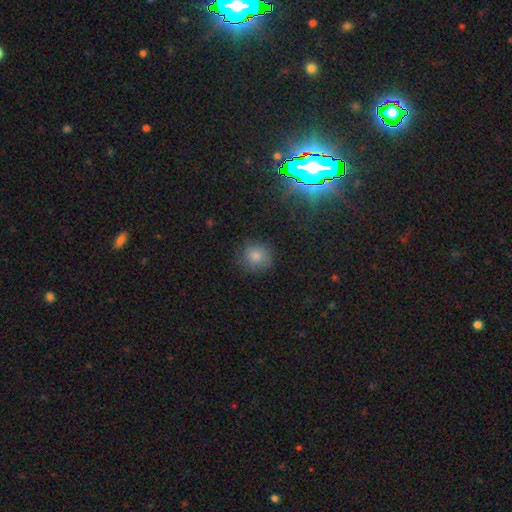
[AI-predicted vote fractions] smooth-or-featured: smooth: 67% | star or artifact: 24% | featured or disk: 8%
  how-rounded: round: 88% | in between: 10% | cigar-shaped: 1%
  merging: none: 84% | minor disturbance: 11% | major disturbance: 3% | merger: 1%